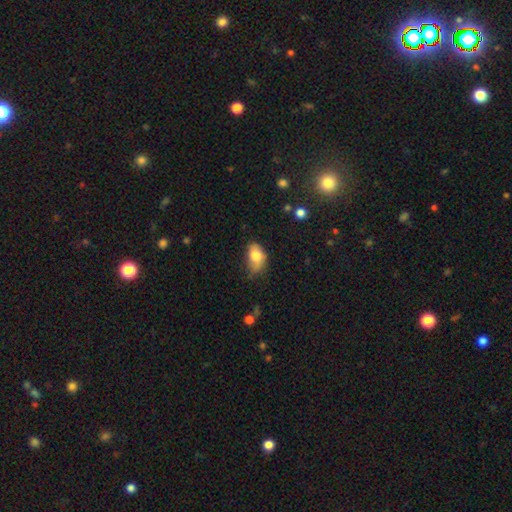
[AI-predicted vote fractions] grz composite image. It shows a smooth galaxy with no disk features (77%) that is in between round and cigar-shaped (87%). Merging: none (42%, tied with minor disturbance).